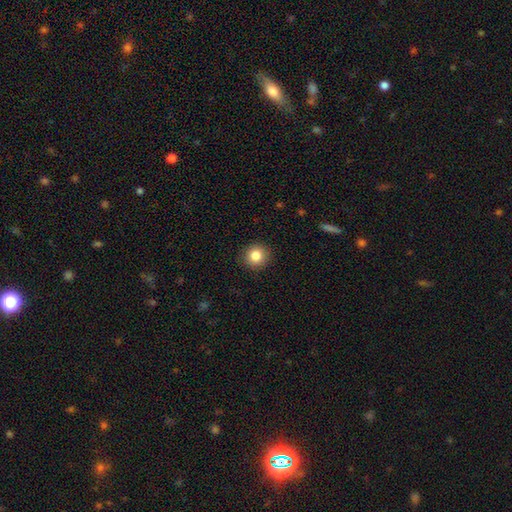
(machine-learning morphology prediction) This is clearly a smooth galaxy (84%). How rounded: clearly round (89%). Merging: clearly none (91%).